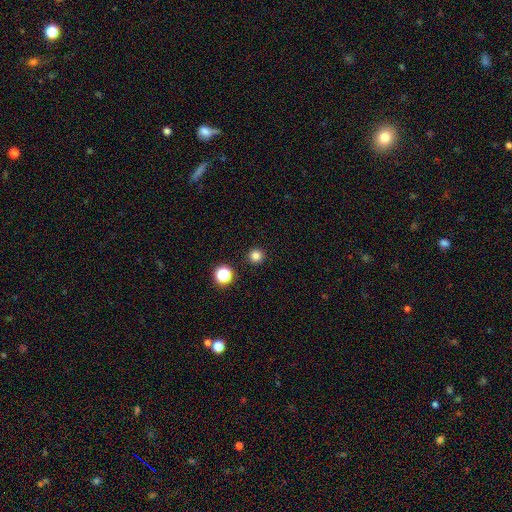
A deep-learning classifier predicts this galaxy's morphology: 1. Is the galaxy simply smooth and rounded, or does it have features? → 82% smooth, 14% star or artifact, 4% featured or disk.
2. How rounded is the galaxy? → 96% round, 3% in between, 1% cigar-shaped.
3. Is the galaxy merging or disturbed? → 93% none, 4% minor disturbance, 2% major disturbance, 2% merger.